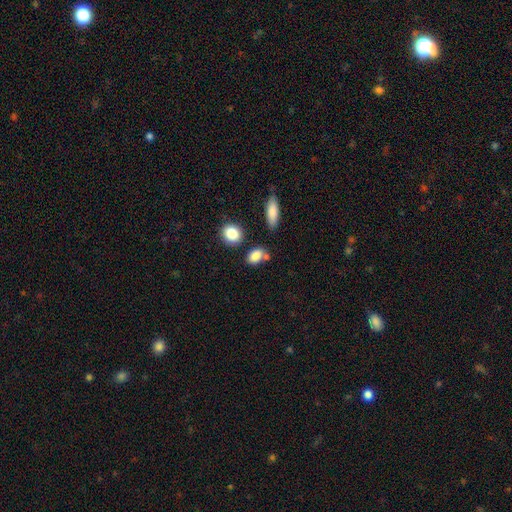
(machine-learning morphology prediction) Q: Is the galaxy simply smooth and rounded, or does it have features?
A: smooth — 85%.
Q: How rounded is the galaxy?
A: in between — 74%.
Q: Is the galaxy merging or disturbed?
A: none — 65%.